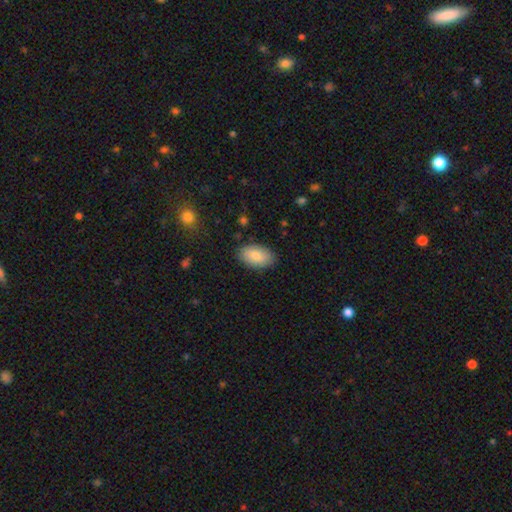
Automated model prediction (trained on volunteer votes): Smooth or featured? smooth (82%)
How rounded? in between (93%)
Merging? none (86%)